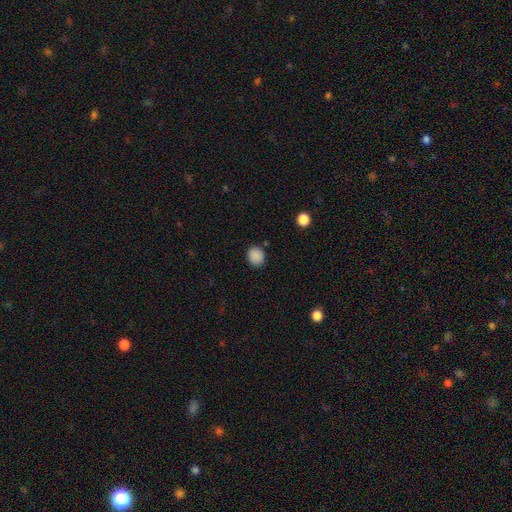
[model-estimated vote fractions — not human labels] The model was most divided on "how rounded": round: 77%, in between: 22%, cigar-shaped: 1%. More confident: smooth or featured — smooth (87%); merging — none (84%).